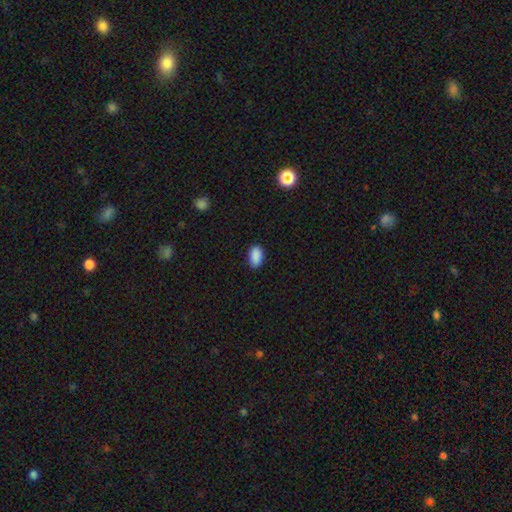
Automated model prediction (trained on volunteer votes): Overall: smooth (89%). How rounded: in between (92%). Merging: none (86%).